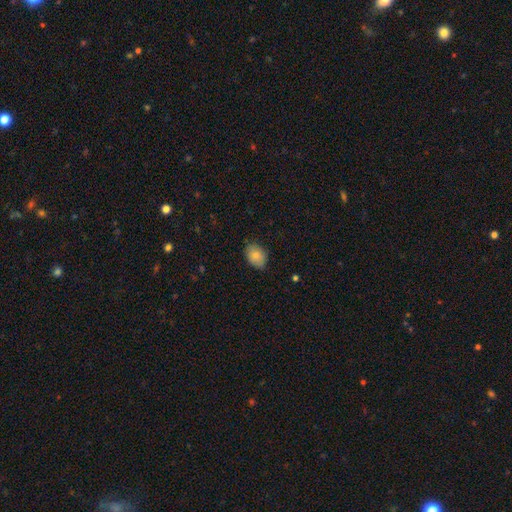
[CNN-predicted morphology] This is clearly a smooth galaxy (85%). How rounded: likely in between (76%). Merging: clearly none (81%).